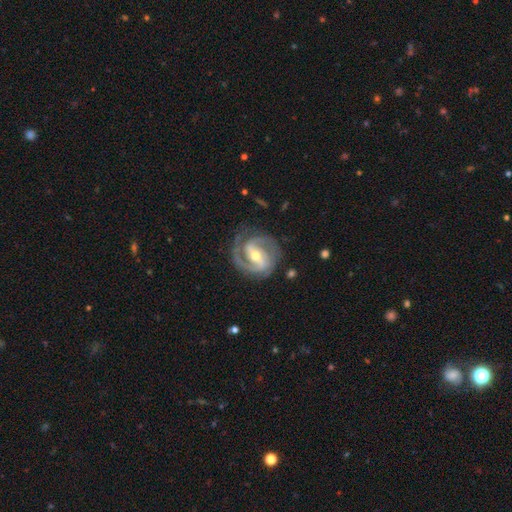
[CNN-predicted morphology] Q: Smooth or featured?
A: featured or disk (91%); runner-up: smooth (5%)
Q: Edge-on disk?
A: no (97%); runner-up: yes (3%)
Q: Bar?
A: strong (47%); runner-up: weak (37%)
Q: Spiral arms?
A: yes (97%); runner-up: no (3%)
Q: Spiral winding?
A: tight (48%); runner-up: medium (44%)
Q: Spiral arm count?
A: 2 (78%); runner-up: 3 (10%)
Q: Bulge size?
A: moderate (55%); runner-up: small (41%)
Q: Merging?
A: none (77%); runner-up: minor disturbance (15%)